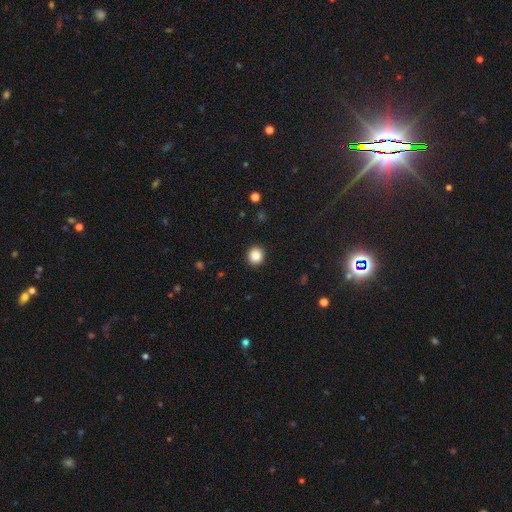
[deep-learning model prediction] Morphology: type=smooth (87%); roundness=round (89%); merging=none (92%).